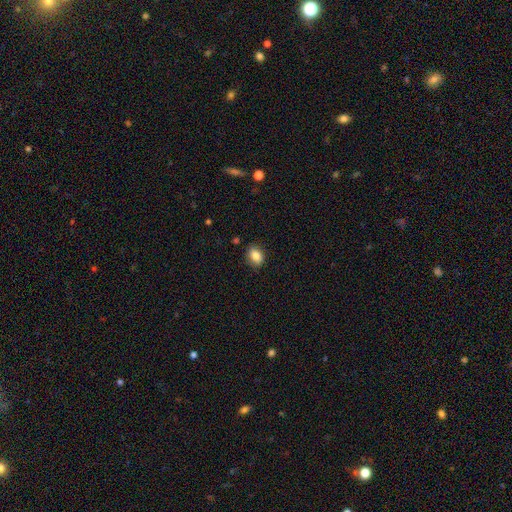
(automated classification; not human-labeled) Smooth or featured?
  - smooth: 85% *
  - star or artifact: 8%
  - featured or disk: 7%
How rounded?
  - in between: 75% *
  - round: 23%
  - cigar-shaped: 1%
Merging?
  - none: 84% *
  - minor disturbance: 12%
  - major disturbance: 3%
  - merger: 1%